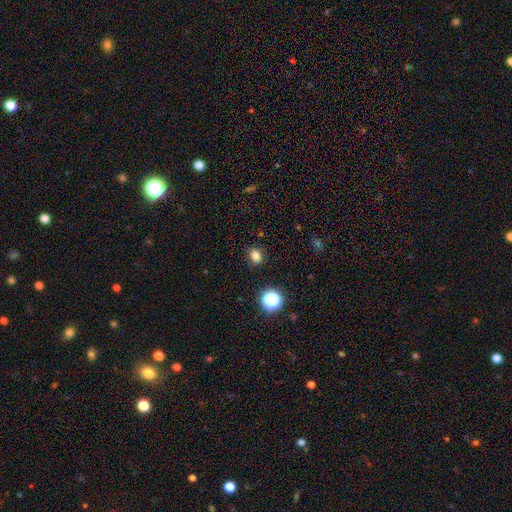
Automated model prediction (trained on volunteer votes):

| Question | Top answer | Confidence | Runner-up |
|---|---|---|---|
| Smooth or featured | smooth | 79% | star or artifact (16%) |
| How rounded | in between | 51% | round (48%) |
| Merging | none | 85% | minor disturbance (11%) |